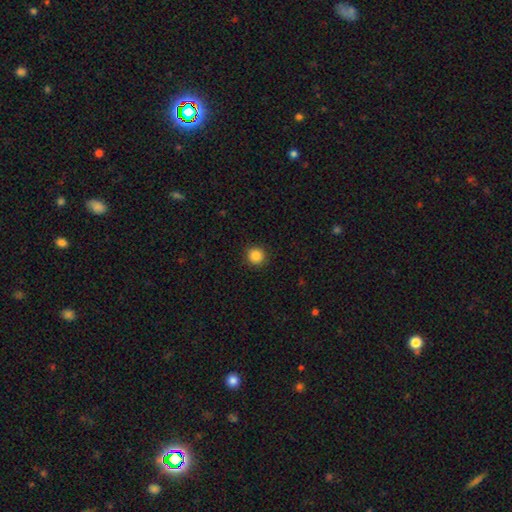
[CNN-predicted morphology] Smooth or featured? smooth (86%)
How rounded? round (93%)
Merging? none (92%)